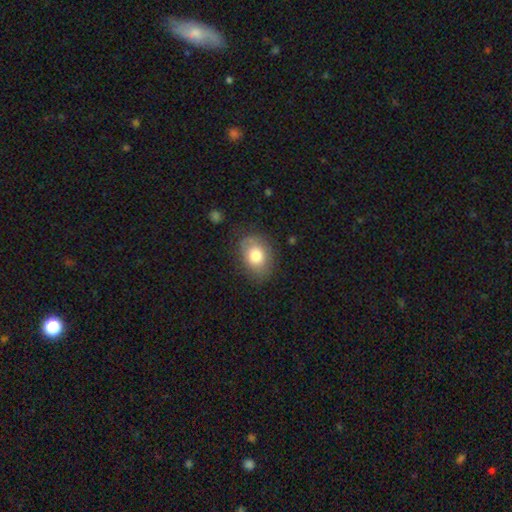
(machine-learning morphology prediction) Smooth or featured: smooth — 75% (featured or disk — 17%)
How rounded: in between — 69% (round — 30%)
Merging: none — 75% (minor disturbance — 18%)